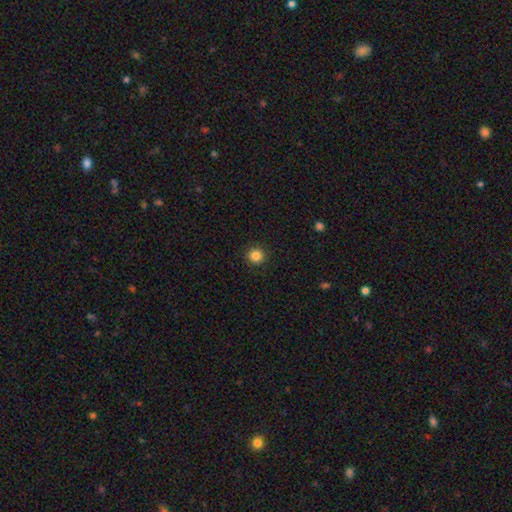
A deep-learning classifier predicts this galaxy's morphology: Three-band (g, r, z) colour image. It shows a smooth galaxy with no disk features (85%) that is round (95%). Merging: none (93%).